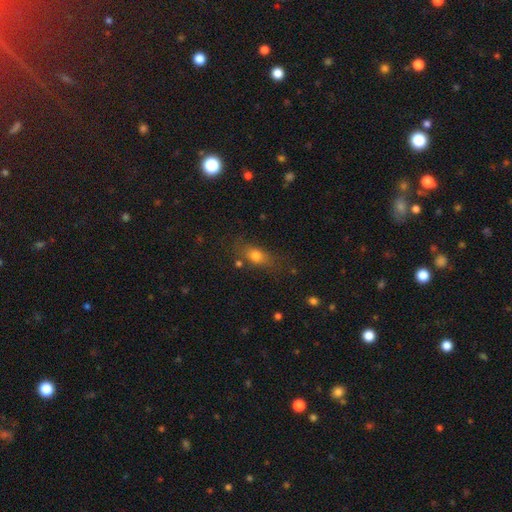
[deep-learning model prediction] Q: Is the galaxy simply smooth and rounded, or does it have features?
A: smooth — 73%.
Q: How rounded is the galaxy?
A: in between — 68%.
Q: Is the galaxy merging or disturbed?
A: none — 68%.